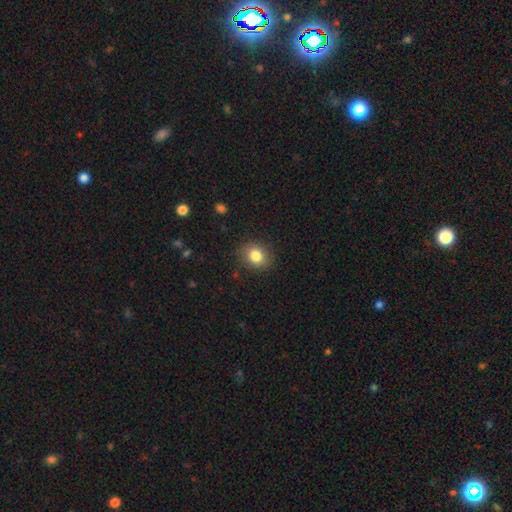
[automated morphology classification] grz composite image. It shows a smooth galaxy with no disk features (83%) that is round (61%). Merging: none (86%).